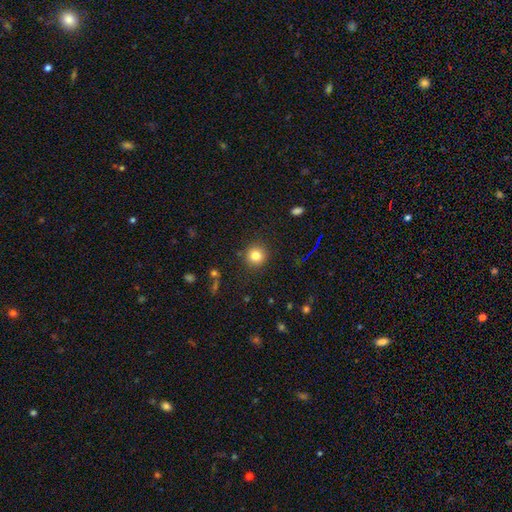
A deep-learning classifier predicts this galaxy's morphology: smooth_or_featured: smooth (p=0.80) [alt: star or artifact p=0.13]
how_rounded: round (p=0.93) [alt: in between p=0.06]
merging: none (p=0.89) [alt: minor disturbance p=0.07]